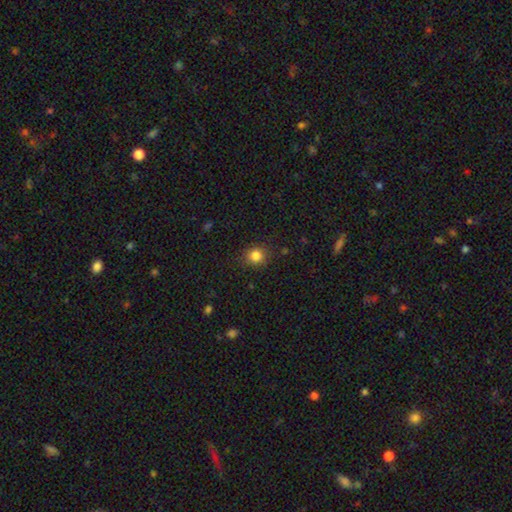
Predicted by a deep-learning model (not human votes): smooth 84%, star or artifact 12%, featured or disk 5%. Down the decision tree: how rounded — round (84%); merging — none (86%).